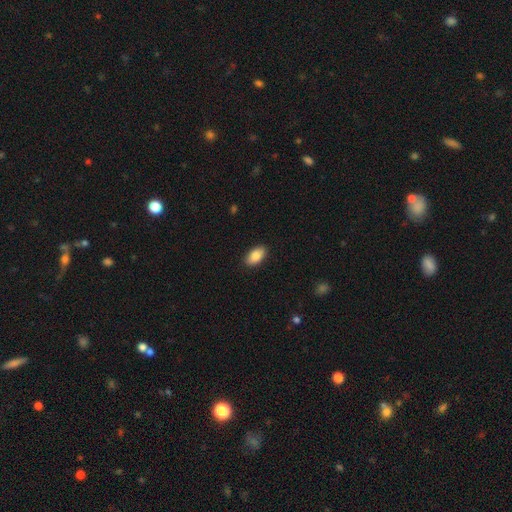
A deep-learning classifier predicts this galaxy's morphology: A smooth galaxy with no disk features (87%) that is in between round and cigar-shaped (94%).

Vote fractions:
- Smooth or featured? smooth: 87% / star or artifact: 7% / featured or disk: 6%
- How rounded? in between: 94% / round: 4% / cigar-shaped: 2%
- Merging? none: 89% / minor disturbance: 9% / major disturbance: 2% / merger: 1%